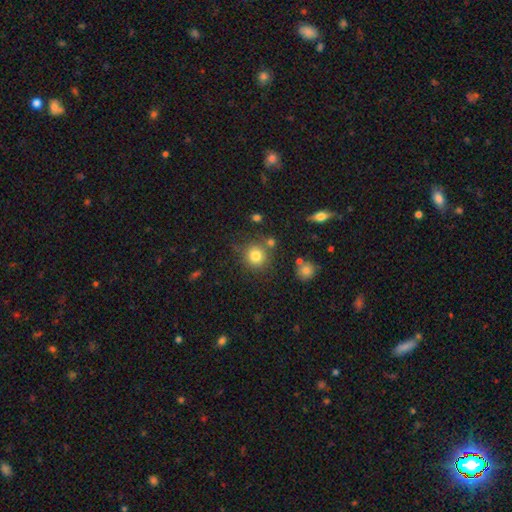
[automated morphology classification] This is clearly a smooth galaxy (81%). How rounded: clearly round (91%). Merging: likely none (76%).